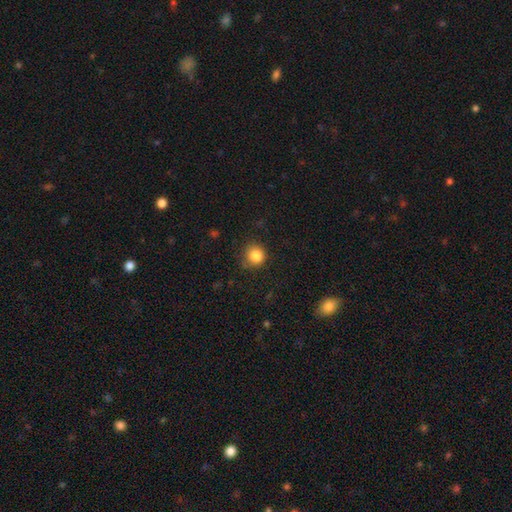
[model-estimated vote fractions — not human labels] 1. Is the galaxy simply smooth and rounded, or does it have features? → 86% smooth, 10% star or artifact, 4% featured or disk.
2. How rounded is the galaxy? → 90% round, 9% in between, 1% cigar-shaped.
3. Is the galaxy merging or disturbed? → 77% none, 17% minor disturbance, 4% major disturbance, 2% merger.